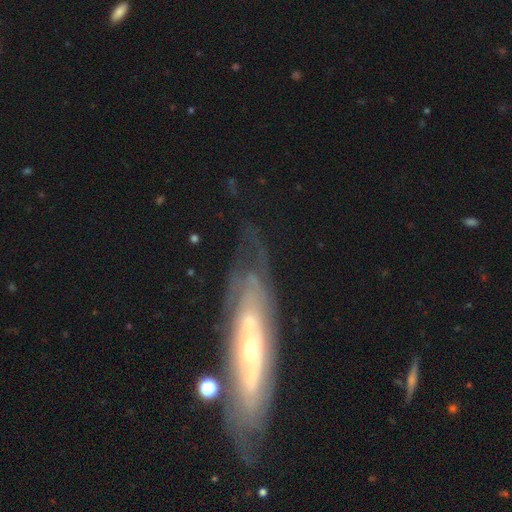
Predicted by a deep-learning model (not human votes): Q: Smooth or featured?
A: featured or disk (78%); runner-up: smooth (15%)
Q: Edge-on disk?
A: no (73%); runner-up: yes (27%)
Q: Bar?
A: no (73%); runner-up: weak (19%)
Q: Spiral arms?
A: yes (73%); runner-up: no (27%)
Q: Bulge size?
A: small (65%); runner-up: moderate (30%)
Q: Merging?
A: none (70%); runner-up: minor disturbance (17%)